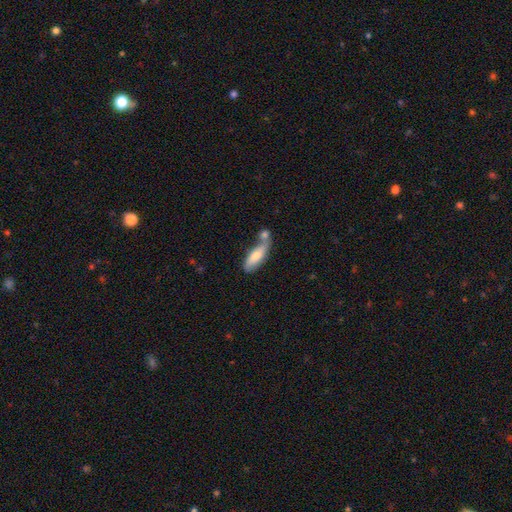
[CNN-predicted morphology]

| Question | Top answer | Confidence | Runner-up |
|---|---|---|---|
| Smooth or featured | smooth | 69% | featured or disk (25%) |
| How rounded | in between | 56% | cigar-shaped (42%) |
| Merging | none | 39% | merger (38%) |